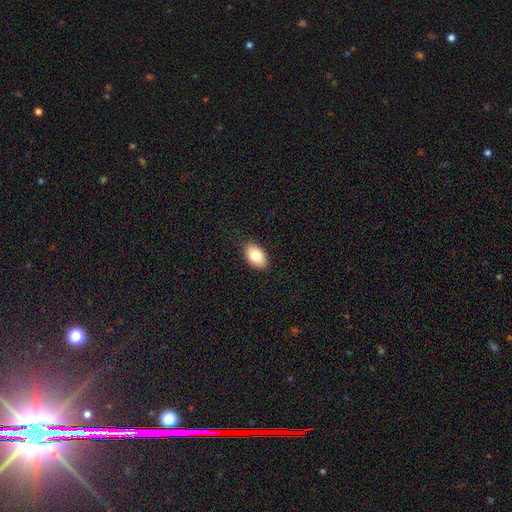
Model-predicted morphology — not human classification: This appears to be a smooth galaxy with no disk features (83%) that is in between round and cigar-shaped (92%). Merging: none (87%).